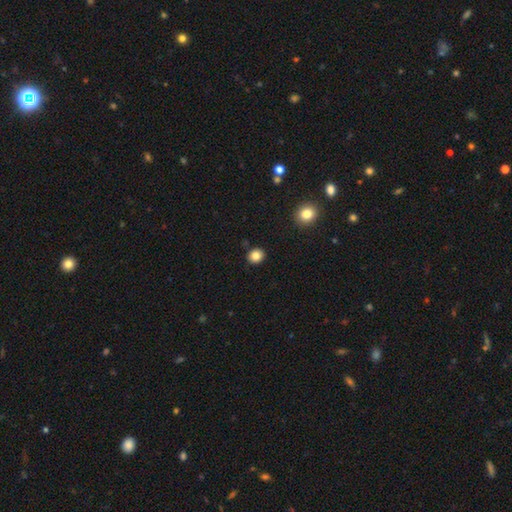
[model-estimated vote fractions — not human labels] Smooth or featured? smooth (84%)
How rounded? round (78%)
Merging? none (90%)